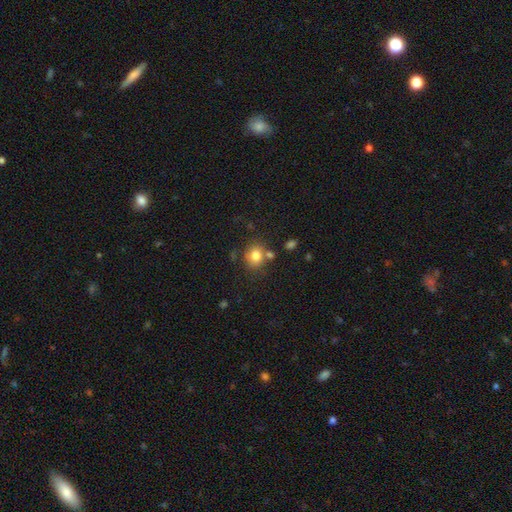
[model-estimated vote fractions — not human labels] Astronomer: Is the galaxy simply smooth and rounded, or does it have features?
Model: smooth — 80%.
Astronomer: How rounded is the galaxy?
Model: round — 71%.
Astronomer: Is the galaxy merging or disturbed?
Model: none — 70%.